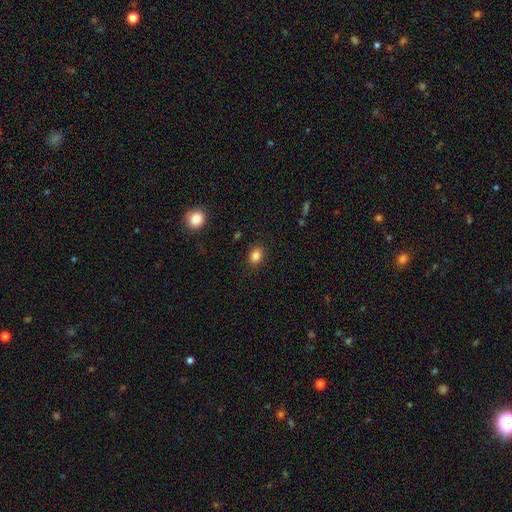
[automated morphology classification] Overall: smooth (85%). How rounded: in between (60%; round 39%). Merging: none (87%).